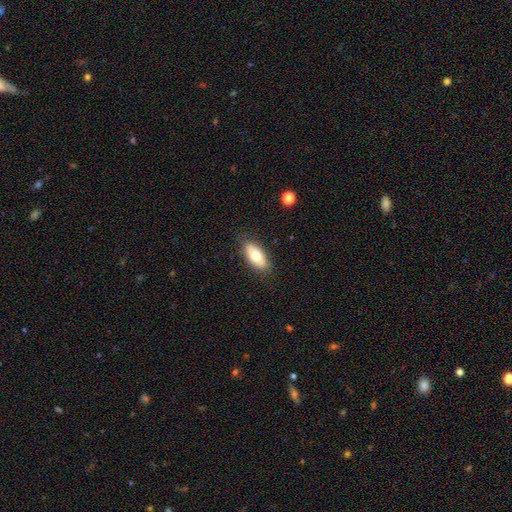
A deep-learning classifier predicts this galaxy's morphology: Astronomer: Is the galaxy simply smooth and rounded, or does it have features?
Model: smooth — 72%.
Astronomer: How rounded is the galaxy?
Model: in between — 89%.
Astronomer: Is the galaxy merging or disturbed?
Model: none — 85%.